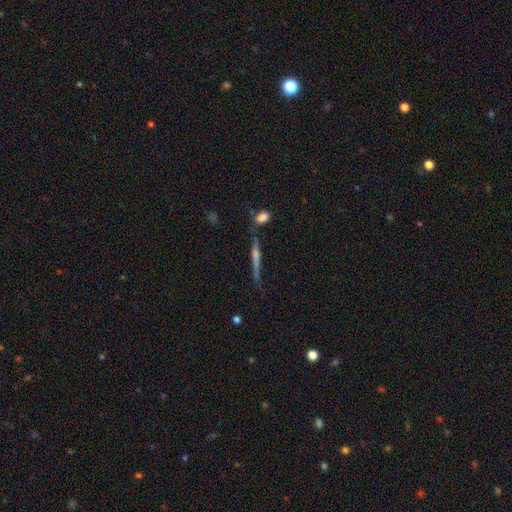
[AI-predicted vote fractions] featured or disk 59%, smooth 24%, star or artifact 17%. Down the decision tree: edge-on disk — yes (90%); edge-on bulge — rounded (62%); merging — none (72%).